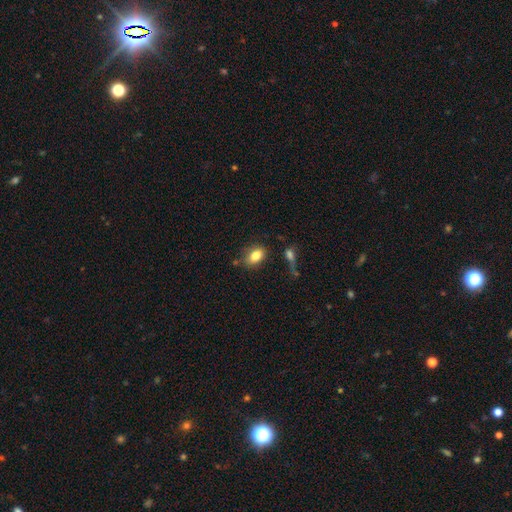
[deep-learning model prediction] A smooth galaxy with no disk features (82%) that is in between round and cigar-shaped (84%). Merging: none (70%).